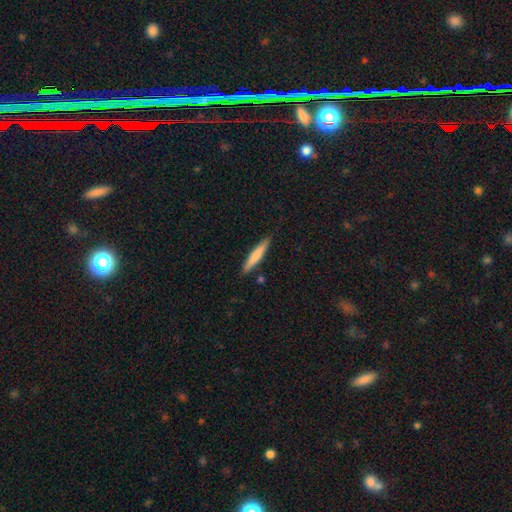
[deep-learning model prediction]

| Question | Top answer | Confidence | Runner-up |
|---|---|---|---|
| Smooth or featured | smooth | 73% | featured or disk (22%) |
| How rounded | cigar-shaped | 93% | in between (6%) |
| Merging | none | 87% | minor disturbance (9%) |